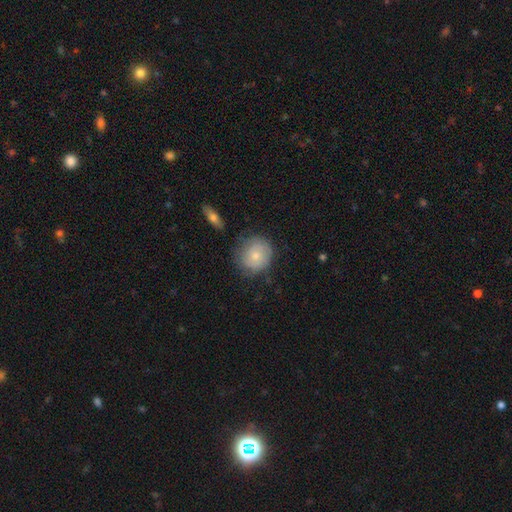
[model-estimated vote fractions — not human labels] Smooth or featured? Predicted: smooth (p=0.68). How rounded? Predicted: round (p=0.87). Merging? Predicted: none (p=0.70).